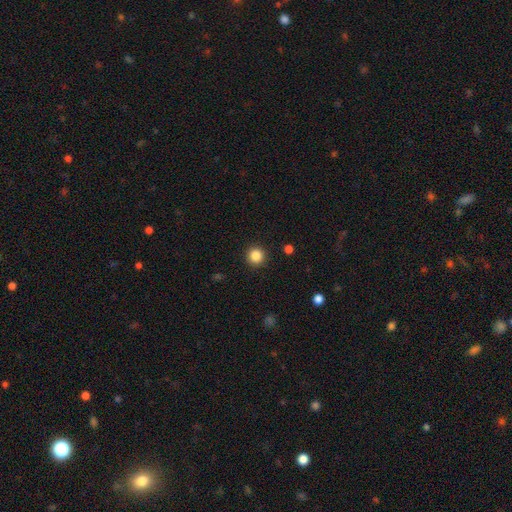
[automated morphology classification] Smooth or featured: smooth — 85% (star or artifact — 11%)
How rounded: round — 96% (in between — 3%)
Merging: none — 93% (minor disturbance — 5%)